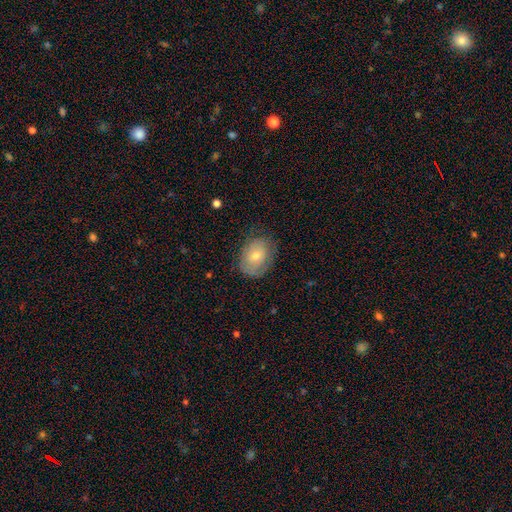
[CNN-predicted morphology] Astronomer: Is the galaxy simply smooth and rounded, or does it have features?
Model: smooth — 57% (runner-up: featured or disk, 35%).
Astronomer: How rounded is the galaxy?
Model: in between — 66%.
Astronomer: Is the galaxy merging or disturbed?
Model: none — 73%.